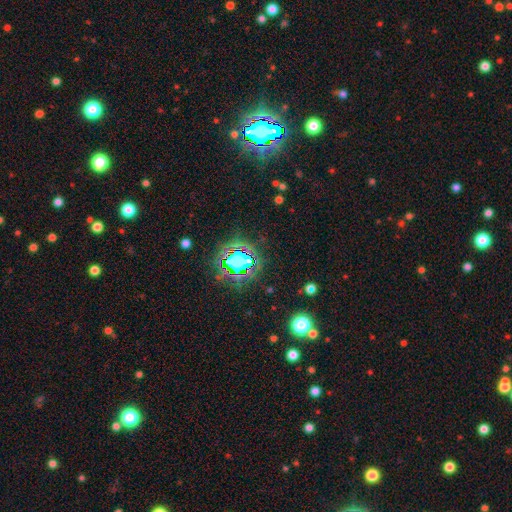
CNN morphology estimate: smooth-or-featured: star or artifact: 82% | smooth: 11% | featured or disk: 7%